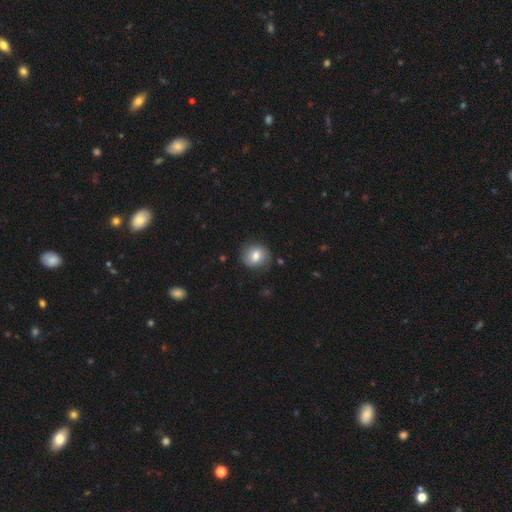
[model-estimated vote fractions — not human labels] smooth 76%, featured or disk 16%, star or artifact 8%. Down the decision tree: how rounded — round (75%); merging — none (81%).